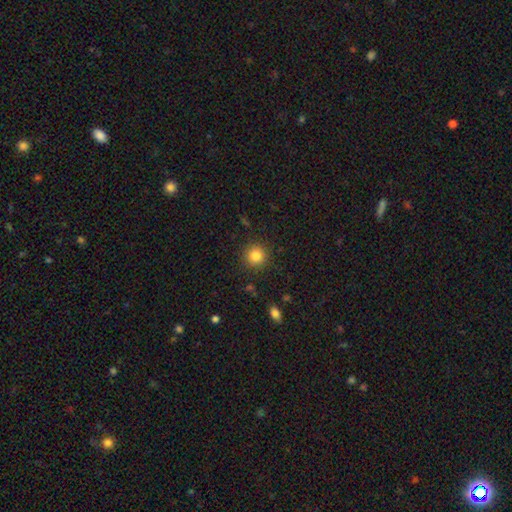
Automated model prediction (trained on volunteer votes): Smooth or featured? Predicted: smooth (p=0.83). How rounded? Predicted: round (p=0.93). Merging? Predicted: none (p=0.90).